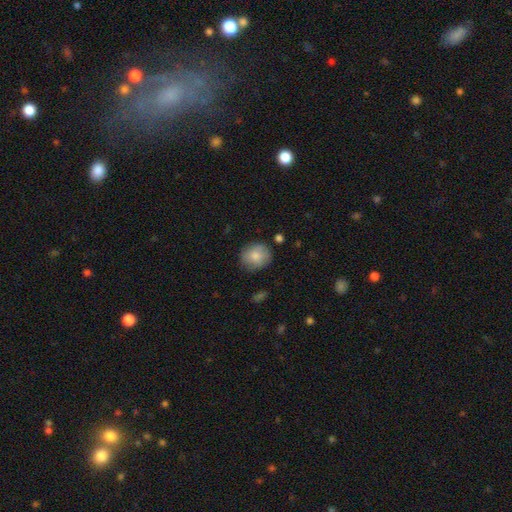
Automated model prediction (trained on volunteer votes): Smooth or featured? smooth (79%)
How rounded? round (77%)
Merging? none (76%)